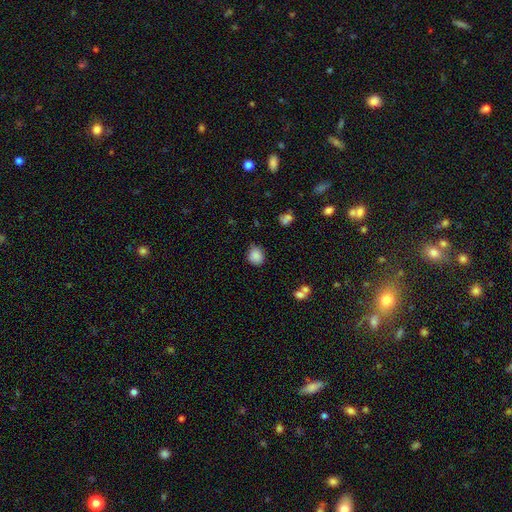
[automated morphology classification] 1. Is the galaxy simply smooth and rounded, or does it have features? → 86% smooth, 10% star or artifact, 4% featured or disk.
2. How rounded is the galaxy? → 75% round, 24% in between, 1% cigar-shaped.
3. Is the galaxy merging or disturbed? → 75% none, 19% minor disturbance, 4% major disturbance, 2% merger.